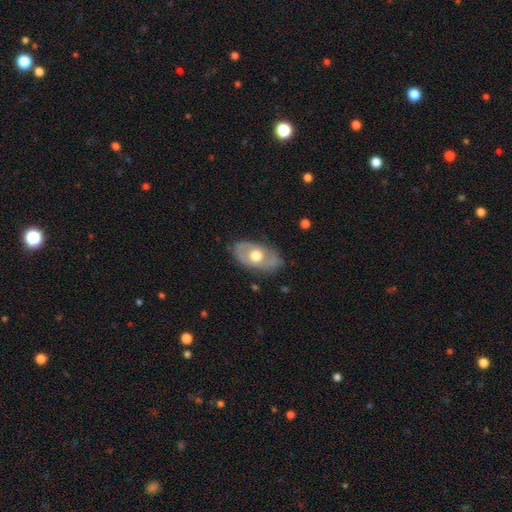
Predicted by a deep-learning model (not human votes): A featured or disk galaxy (52%).

Vote fractions:
- Smooth or featured? featured or disk: 52% / smooth: 43% / star or artifact: 5%
- Edge-on disk? no: 88% / yes: 12%
- Merging? none: 73% / minor disturbance: 20% / major disturbance: 6% / merger: 1%